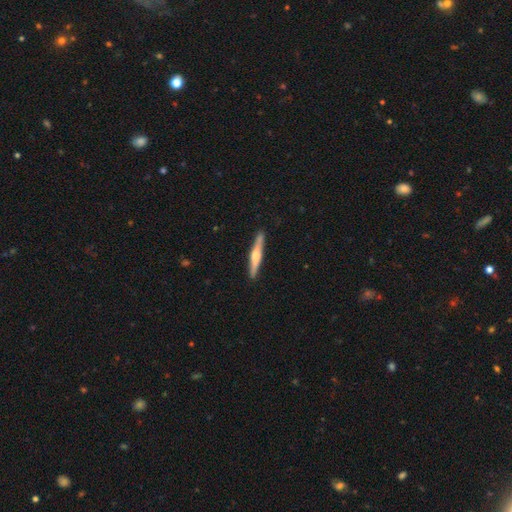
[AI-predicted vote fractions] smooth_or_featured: featured or disk (p=0.63) [alt: smooth p=0.32]
disk_edge_on: yes (p=0.97) [alt: no p=0.03]
edge_on_bulge: rounded (p=0.83) [alt: boxy p=0.10]
merging: none (p=0.90) [alt: minor disturbance p=0.07]